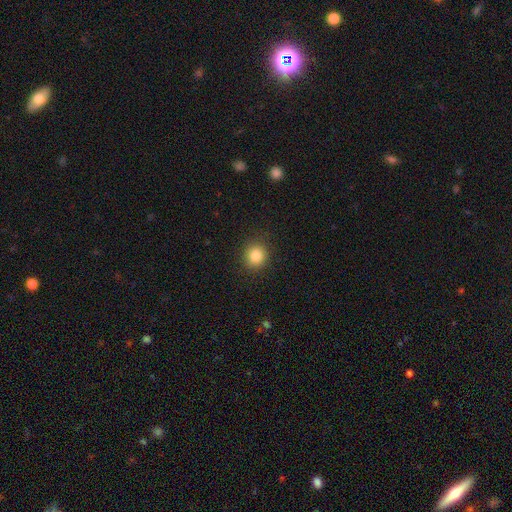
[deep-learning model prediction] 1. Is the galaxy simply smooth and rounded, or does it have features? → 84% smooth, 11% star or artifact, 5% featured or disk.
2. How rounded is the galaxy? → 87% round, 12% in between, 1% cigar-shaped.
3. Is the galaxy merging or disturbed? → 90% none, 7% minor disturbance, 2% major disturbance, 1% merger.